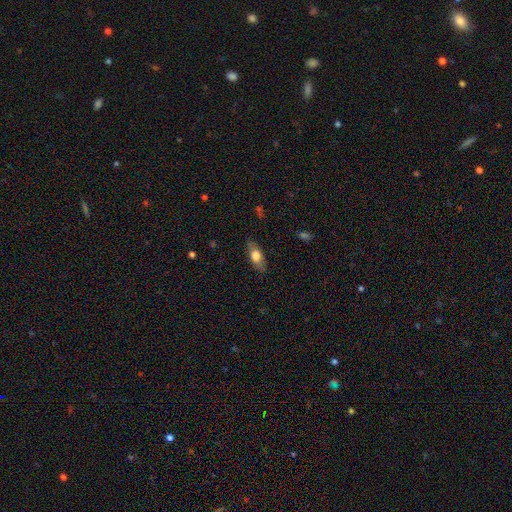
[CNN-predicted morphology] Q: Smooth or featured?
A: smooth (68%); runner-up: featured or disk (26%)
Q: How rounded?
A: in between (76%); runner-up: cigar-shaped (20%)
Q: Merging?
A: none (82%); runner-up: minor disturbance (14%)